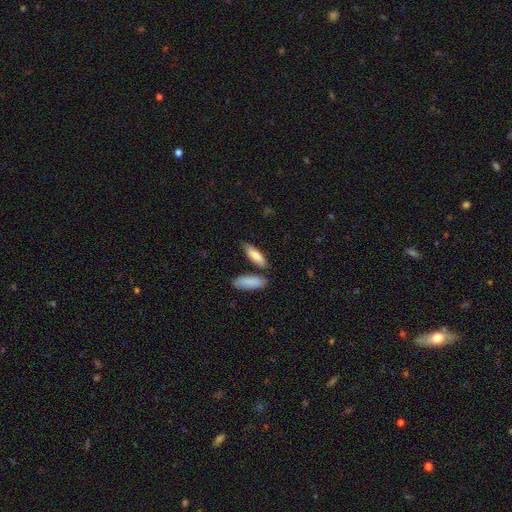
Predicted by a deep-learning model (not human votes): smooth_or_featured: smooth (p=0.83) [alt: featured or disk p=0.11]
how_rounded: in between (p=0.55) [alt: cigar-shaped p=0.43]
merging: none (p=0.71) [alt: minor disturbance p=0.14]